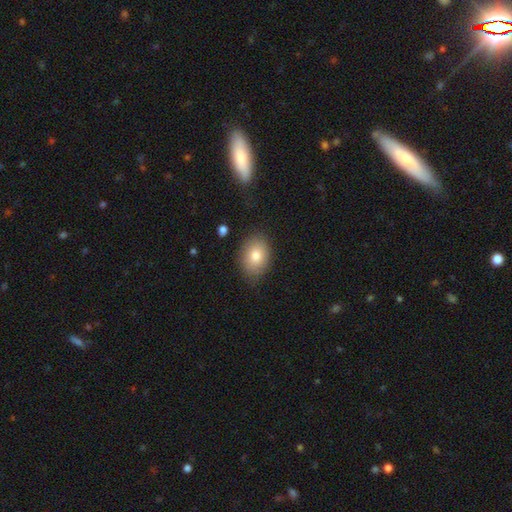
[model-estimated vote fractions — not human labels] smooth_or_featured: smooth (p=0.81) [alt: featured or disk p=0.11]
how_rounded: in between (p=0.76) [alt: round p=0.23]
merging: none (p=0.81) [alt: minor disturbance p=0.14]